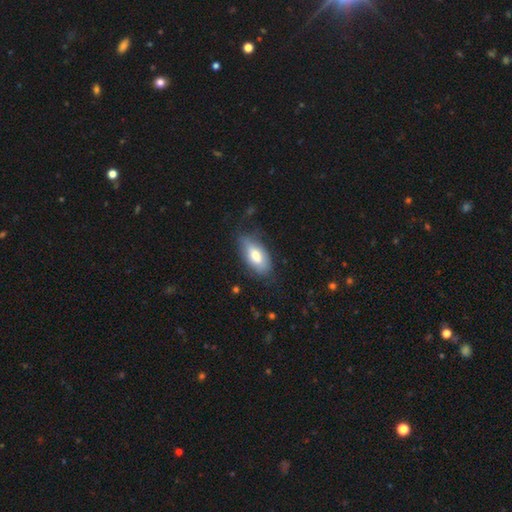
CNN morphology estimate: smooth 71%, featured or disk 23%, star or artifact 6%. Down the decision tree: how rounded — in between (87%); merging — none (68%).